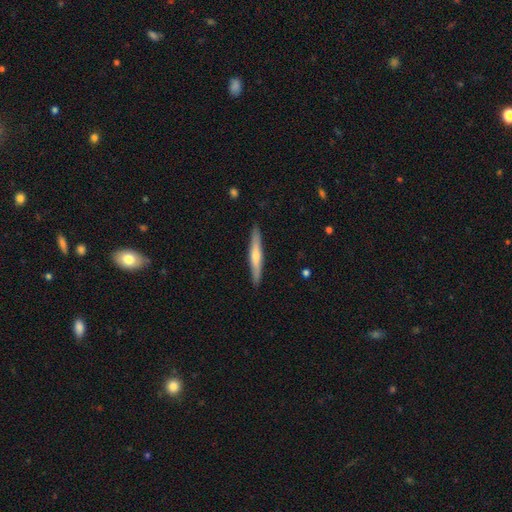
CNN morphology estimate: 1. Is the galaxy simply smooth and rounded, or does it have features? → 48% featured or disk, 47% smooth, 5% star or artifact.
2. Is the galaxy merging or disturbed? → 90% none, 7% minor disturbance, 1% major disturbance, 1% merger.